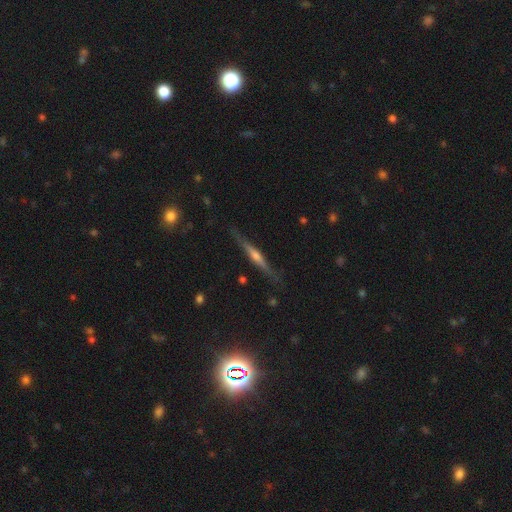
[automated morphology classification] This is likely a featured or disk galaxy (75%). It is clearly viewed edge-on (97%). Edge-on bulge: likely rounded (76%). Merging: clearly none (86%).